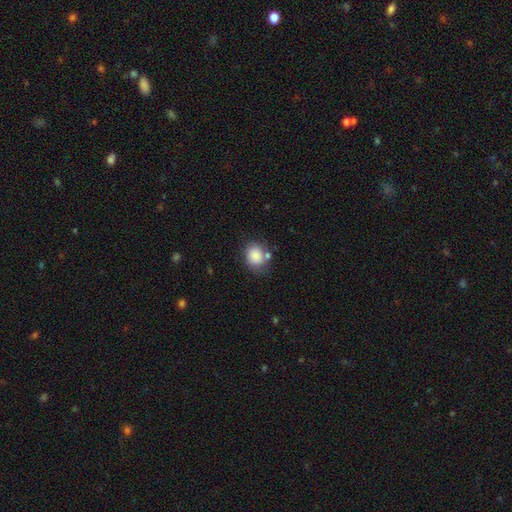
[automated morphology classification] A smooth galaxy with no disk features (83%) that is round (59%).

Vote fractions:
- Smooth or featured? smooth: 83% / featured or disk: 9% / star or artifact: 8%
- How rounded? round: 59% / in between: 40% / cigar-shaped: 1%
- Merging? none: 62% / minor disturbance: 20% / merger: 12% / major disturbance: 6%